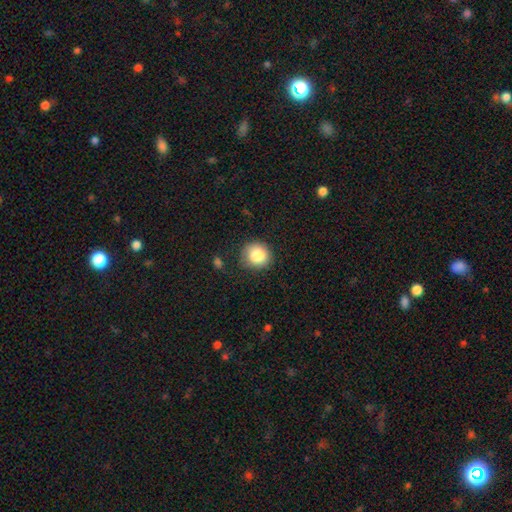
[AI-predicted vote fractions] smooth_or_featured: smooth (p=0.85) [alt: star or artifact p=0.09]
how_rounded: round (p=0.89) [alt: in between p=0.10]
merging: none (p=0.80) [alt: minor disturbance p=0.14]